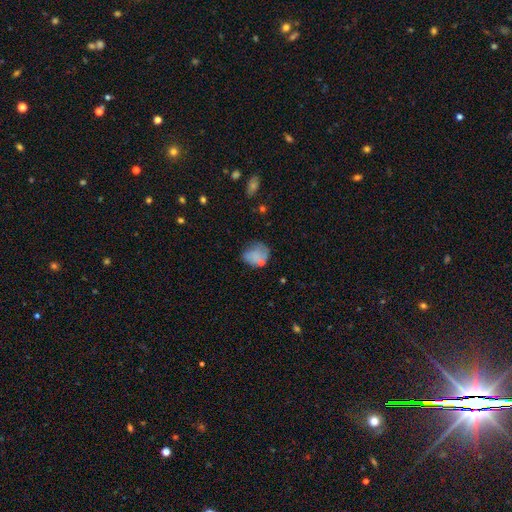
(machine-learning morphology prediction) smooth_or_featured: smooth (p=0.72) [alt: featured or disk p=0.18]
how_rounded: round (p=0.54) [alt: in between p=0.45]
merging: none (p=0.43) [alt: minor disturbance p=0.31]